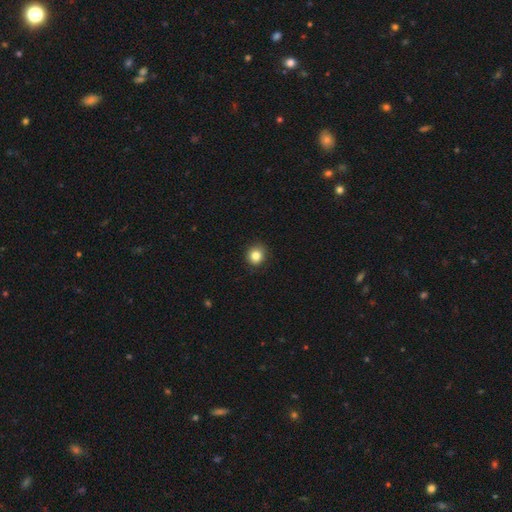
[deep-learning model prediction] A smooth galaxy with no disk features (84%) that is round (89%). Merging: none (89%).